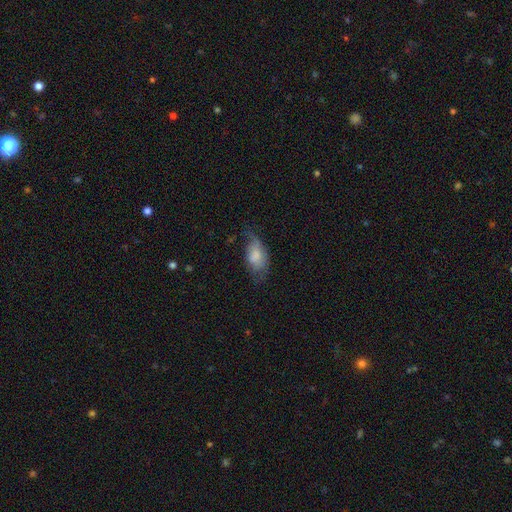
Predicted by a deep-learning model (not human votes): smooth_or_featured: smooth (p=0.67) [alt: featured or disk p=0.26]
how_rounded: in between (p=0.92) [alt: round p=0.05]
merging: minor disturbance (p=0.34) [alt: none p=0.33]